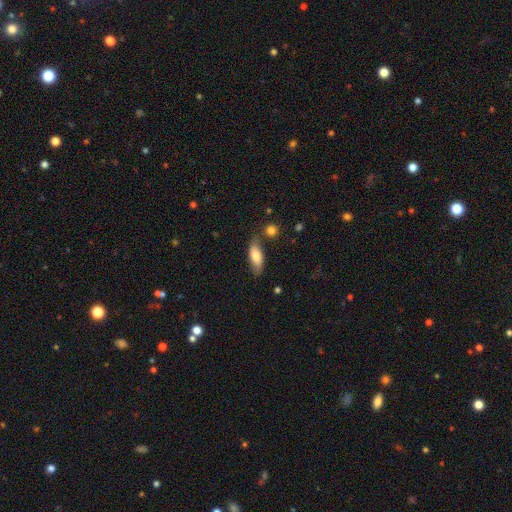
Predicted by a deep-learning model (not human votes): This appears to be a smooth galaxy with no disk features (73%) that is in between round and cigar-shaped (71%). Merging: none (67%).